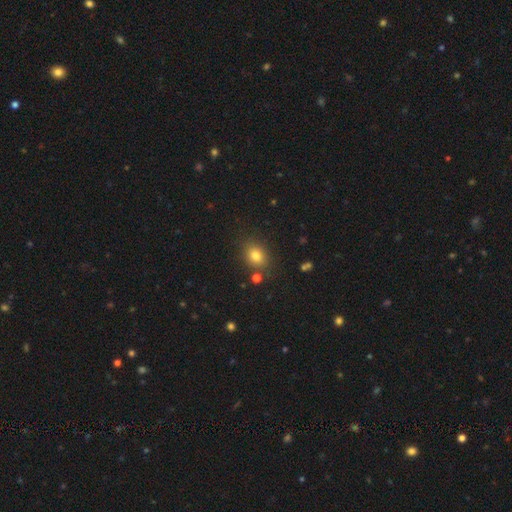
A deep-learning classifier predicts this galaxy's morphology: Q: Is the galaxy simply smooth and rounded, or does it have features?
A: smooth — 78%.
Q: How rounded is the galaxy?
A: round — 52%.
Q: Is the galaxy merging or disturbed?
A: none — 82%.